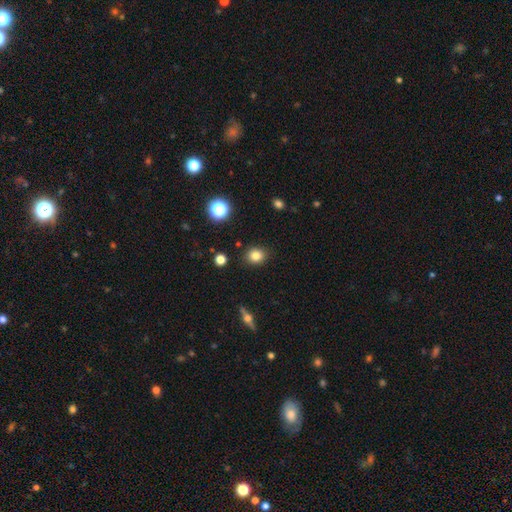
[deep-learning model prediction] A smooth galaxy with no disk features (81%) that is round (71%).

Vote fractions:
- Smooth or featured? smooth: 81% / star or artifact: 12% / featured or disk: 7%
- How rounded? round: 71% / in between: 28% / cigar-shaped: 1%
- Merging? none: 88% / minor disturbance: 8% / major disturbance: 2% / merger: 2%